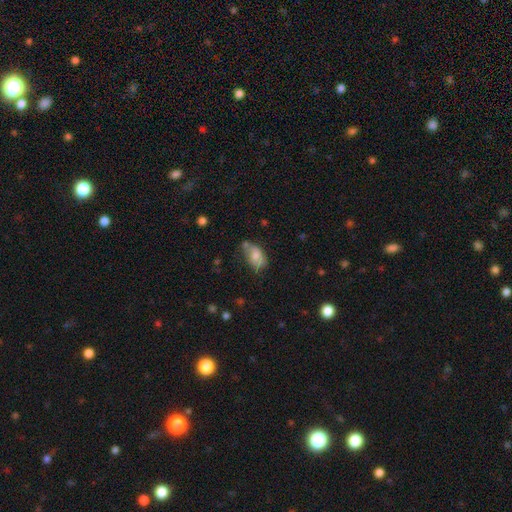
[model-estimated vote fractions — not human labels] Morphology: type=smooth (65%); roundness=in between (89%); merging=none (41%).